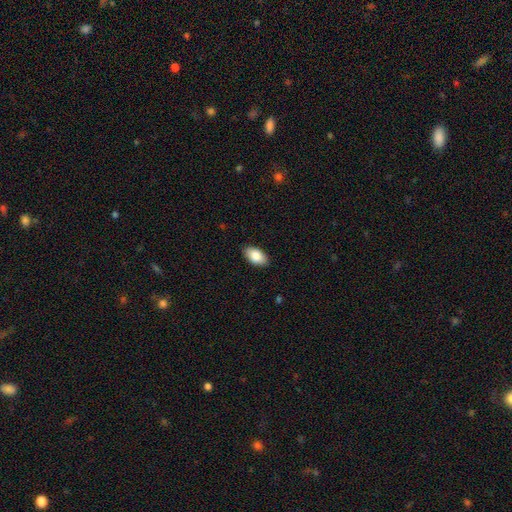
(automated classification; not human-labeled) Morphology: type=smooth (85%); roundness=in between (94%); merging=none (88%).